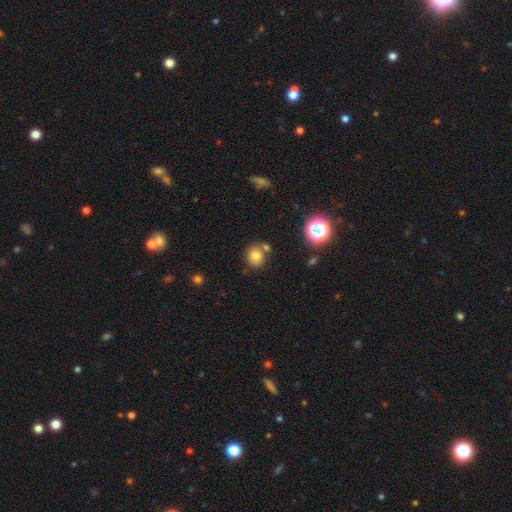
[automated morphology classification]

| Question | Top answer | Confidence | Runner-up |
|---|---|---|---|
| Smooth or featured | smooth | 75% | star or artifact (14%) |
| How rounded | round | 80% | in between (19%) |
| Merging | none | 68% | merger (17%) |